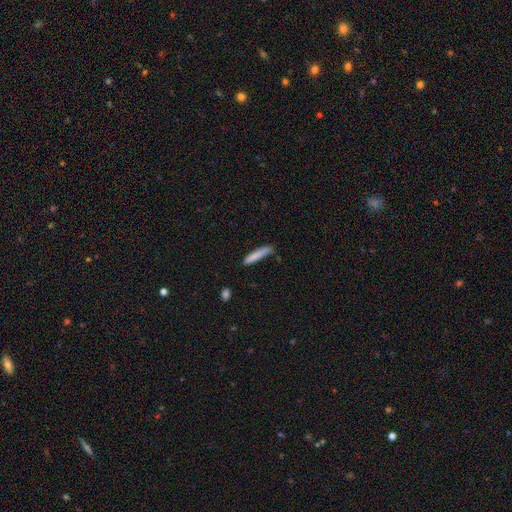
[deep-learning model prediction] Q: Smooth or featured?
A: smooth (82%); runner-up: featured or disk (12%)
Q: How rounded?
A: cigar-shaped (92%); runner-up: in between (6%)
Q: Merging?
A: none (74%); runner-up: minor disturbance (19%)